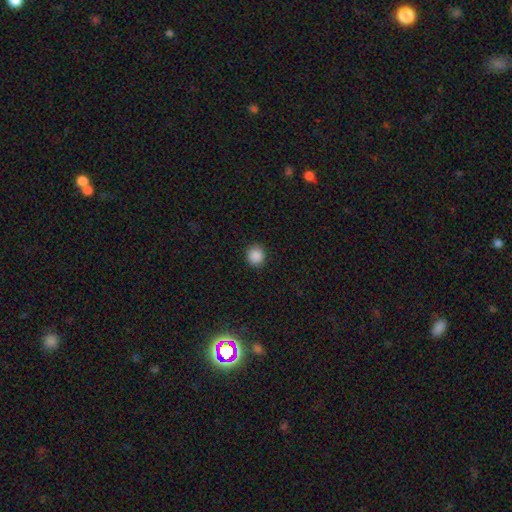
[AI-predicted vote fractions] Smooth or featured?
  - smooth: 88% *
  - star or artifact: 9%
  - featured or disk: 2%
How rounded?
  - round: 88% *
  - in between: 11%
  - cigar-shaped: 1%
Merging?
  - none: 91% *
  - minor disturbance: 6%
  - major disturbance: 2%
  - merger: 1%